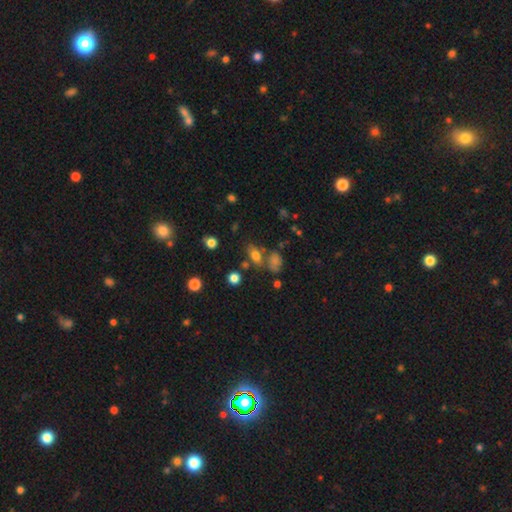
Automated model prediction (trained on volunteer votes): smooth-or-featured: smooth: 72% | star or artifact: 17% | featured or disk: 10%
  how-rounded: in between: 76% | round: 20% | cigar-shaped: 4%
  merging: none: 58% | merger: 20% | minor disturbance: 15% | major disturbance: 6%